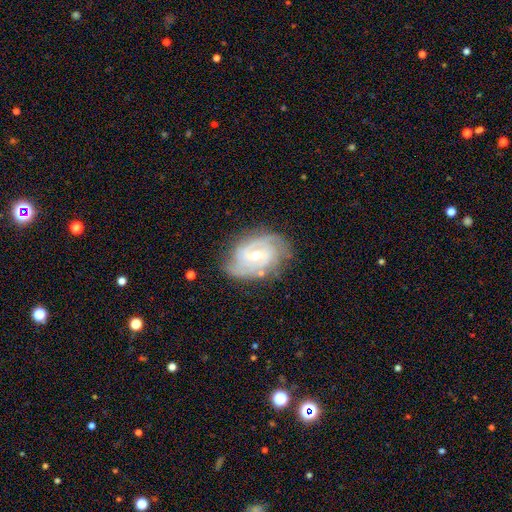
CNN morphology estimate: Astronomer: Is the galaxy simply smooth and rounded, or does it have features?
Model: featured or disk — 85%.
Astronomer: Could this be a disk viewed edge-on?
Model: no — 96%.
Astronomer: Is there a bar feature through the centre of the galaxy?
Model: weak — 48% (runner-up: no, 36%).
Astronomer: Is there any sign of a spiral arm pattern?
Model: yes — 96%.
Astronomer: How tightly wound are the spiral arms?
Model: tight — 58% (runner-up: medium, 34%).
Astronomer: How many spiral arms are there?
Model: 2 — 40% (runner-up: 3, 26%).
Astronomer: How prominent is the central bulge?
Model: small — 52% (runner-up: moderate, 45%).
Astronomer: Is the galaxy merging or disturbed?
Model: none — 75%.